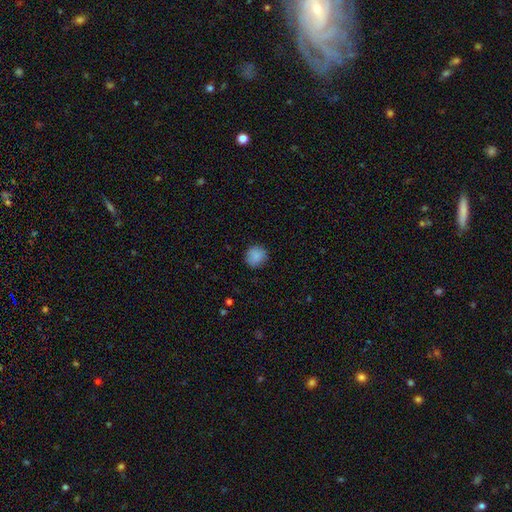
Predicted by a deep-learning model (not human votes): Smooth or featured? smooth (88%)
How rounded? round (90%)
Merging? none (88%)